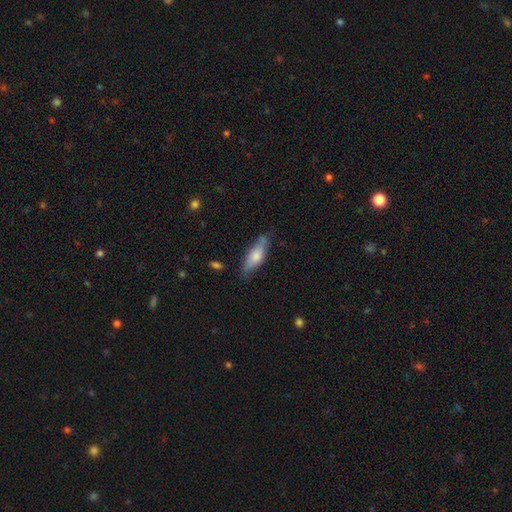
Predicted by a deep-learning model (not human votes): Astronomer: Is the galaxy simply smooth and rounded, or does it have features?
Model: smooth — 69%.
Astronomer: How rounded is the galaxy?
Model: in between — 62%.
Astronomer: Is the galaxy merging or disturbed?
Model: none — 64%.